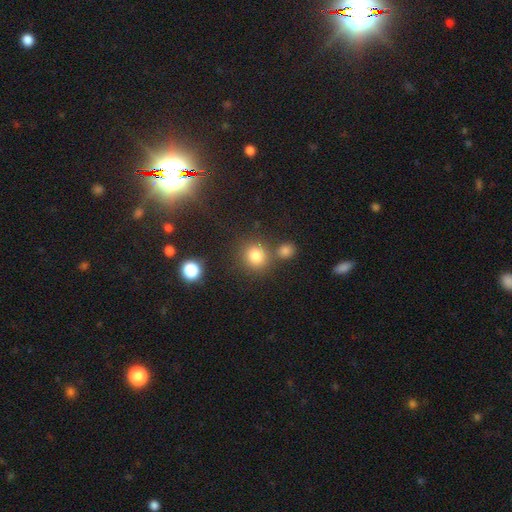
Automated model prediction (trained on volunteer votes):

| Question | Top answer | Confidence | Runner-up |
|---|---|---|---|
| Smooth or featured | smooth | 80% | star or artifact (13%) |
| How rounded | round | 86% | in between (13%) |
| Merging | none | 70% | merger (16%) |